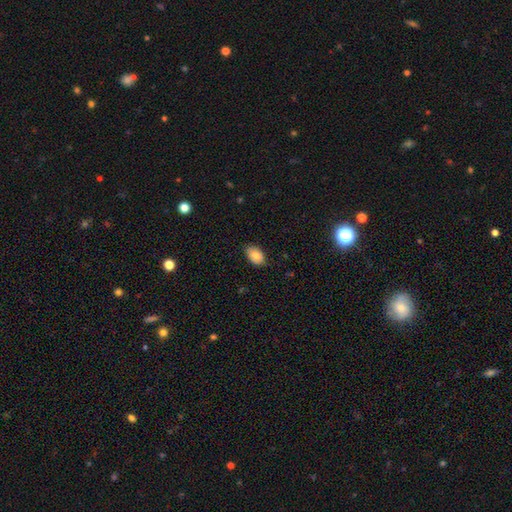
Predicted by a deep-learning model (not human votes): A smooth galaxy with no disk features (82%) that is in between round and cigar-shaped (89%).

Vote fractions:
- Smooth or featured? smooth: 82% / featured or disk: 10% / star or artifact: 8%
- How rounded? in between: 89% / round: 10% / cigar-shaped: 1%
- Merging? none: 79% / minor disturbance: 17% / major disturbance: 2% / merger: 1%